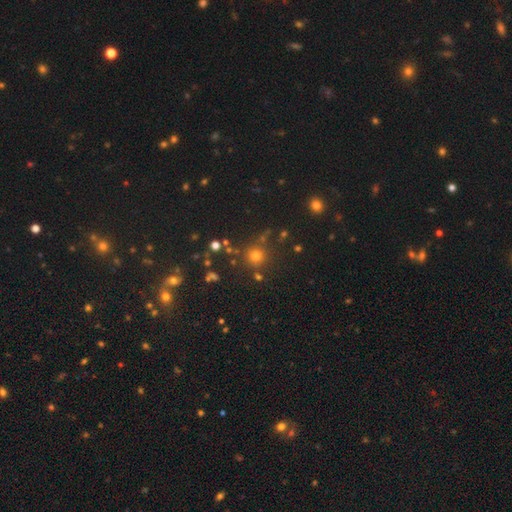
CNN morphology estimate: Q: Smooth or featured?
A: smooth (69%); runner-up: star or artifact (23%)
Q: How rounded?
A: round (93%); runner-up: in between (6%)
Q: Merging?
A: none (79%); runner-up: minor disturbance (9%)